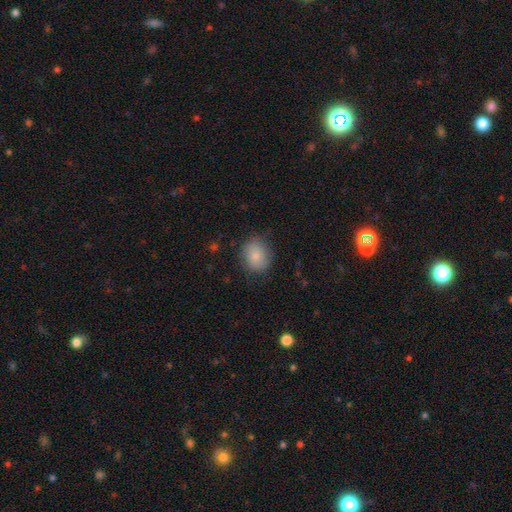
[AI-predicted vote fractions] Smooth or featured: smooth — 84% (featured or disk — 8%)
How rounded: round — 71% (in between — 28%)
Merging: none — 81% (minor disturbance — 14%)